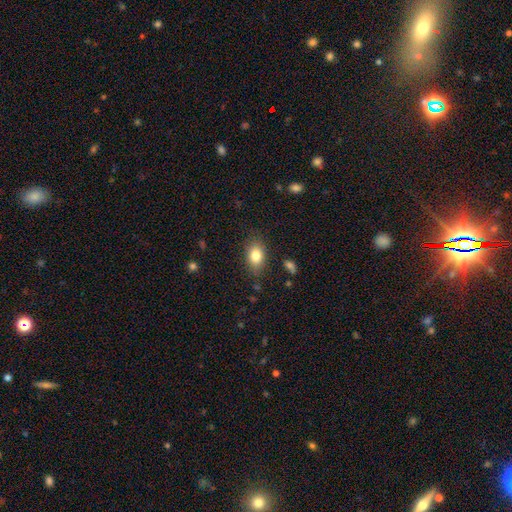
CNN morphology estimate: A smooth galaxy with no disk features (82%) that is in between round and cigar-shaped (82%).

Vote fractions:
- Smooth or featured? smooth: 82% / featured or disk: 10% / star or artifact: 9%
- How rounded? in between: 82% / round: 15% / cigar-shaped: 2%
- Merging? none: 80% / minor disturbance: 14% / major disturbance: 4% / merger: 2%